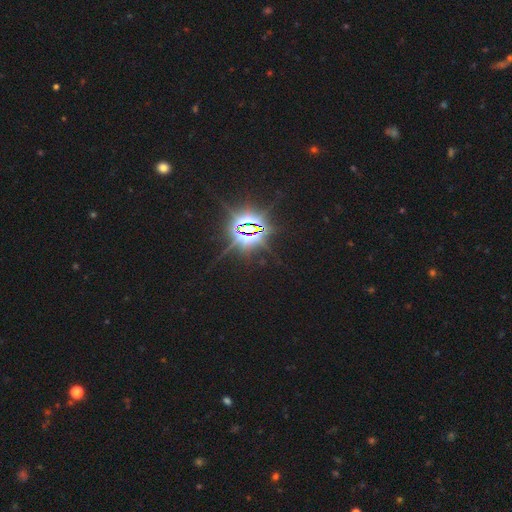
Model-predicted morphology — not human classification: smooth_or_featured: star or artifact (p=0.86) [alt: smooth p=0.09]